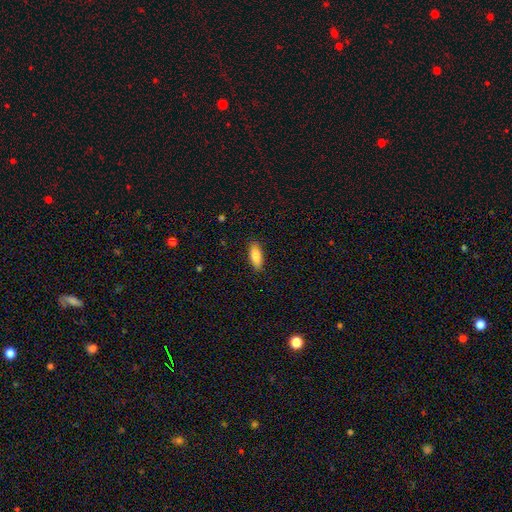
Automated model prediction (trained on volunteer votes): Overall: smooth (83%). How rounded: in between (81%). Merging: none (85%).